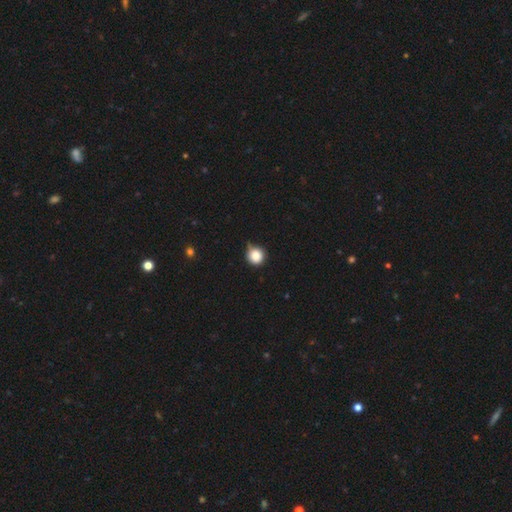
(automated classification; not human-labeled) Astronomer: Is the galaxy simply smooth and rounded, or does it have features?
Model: smooth — 86%.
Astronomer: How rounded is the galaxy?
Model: round — 94%.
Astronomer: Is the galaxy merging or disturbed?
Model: none — 69%.